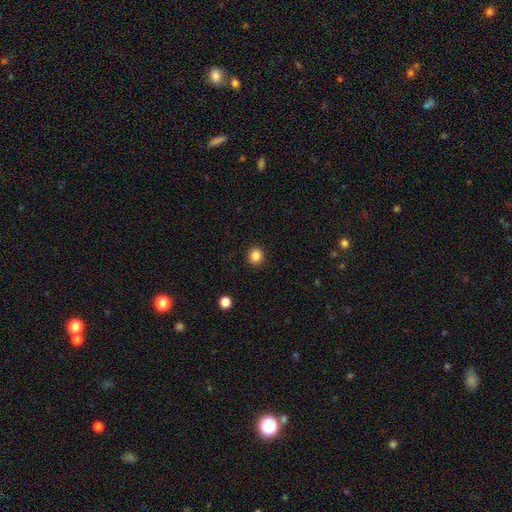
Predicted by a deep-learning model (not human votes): Smooth or featured? Predicted: smooth (p=0.85). How rounded? Predicted: round (p=0.88). Merging? Predicted: none (p=0.92).